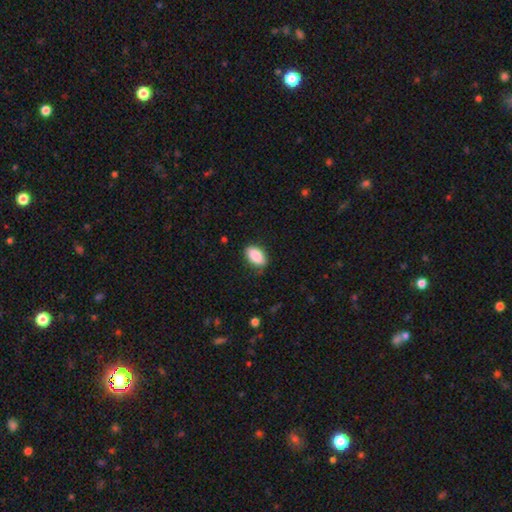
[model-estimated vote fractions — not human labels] smooth 89%, star or artifact 7%, featured or disk 4%. Down the decision tree: how rounded — in between (92%); merging — none (82%).